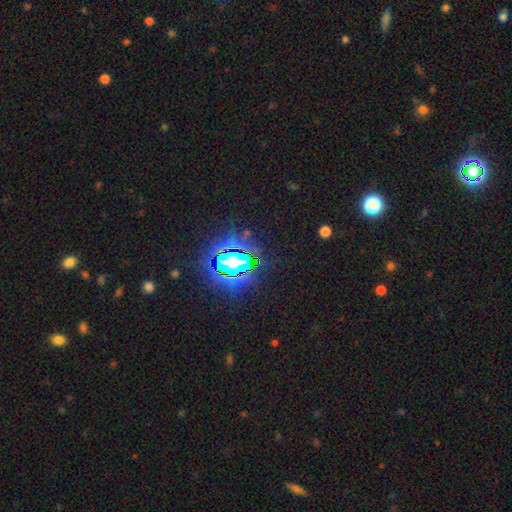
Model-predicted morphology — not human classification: star or artifact 82%, smooth 11%, featured or disk 6%.